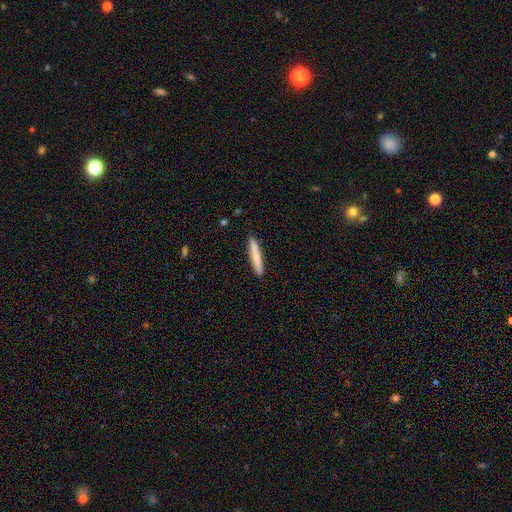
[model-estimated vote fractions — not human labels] A smooth galaxy with no disk features (75%) that is cigar-shaped (95%). Merging: none (91%).